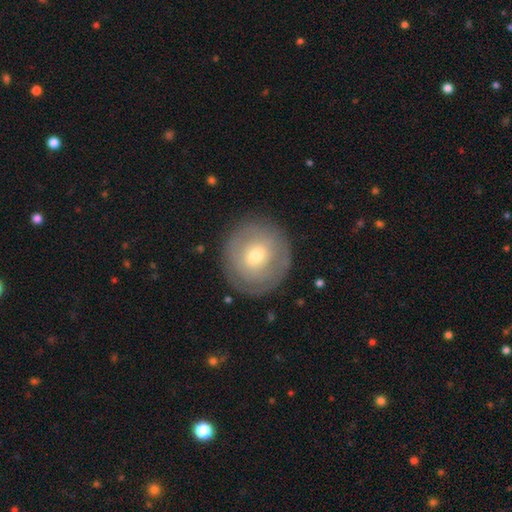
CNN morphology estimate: smooth_or_featured: smooth (p=0.49) [alt: featured or disk p=0.44]
merging: none (p=0.84) [alt: minor disturbance p=0.10]